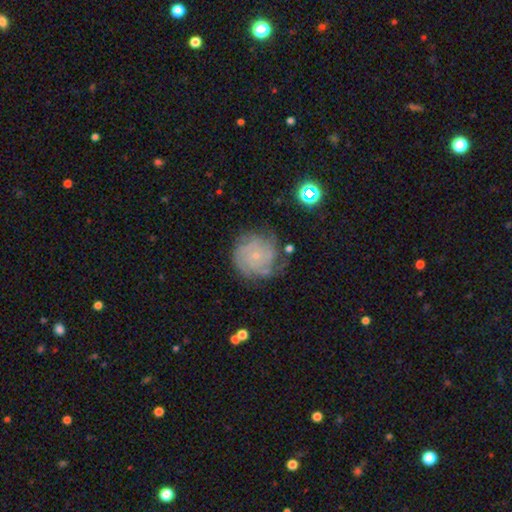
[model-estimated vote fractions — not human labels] featured or disk 73%, smooth 18%, star or artifact 9%. Down the decision tree: edge-on disk — no (98%); bar — no (82%); spiral arms — yes (92%); spiral arm count — can't tell (37%); spiral winding — tight (70%); bulge size — small (83%); merging — none (67%).